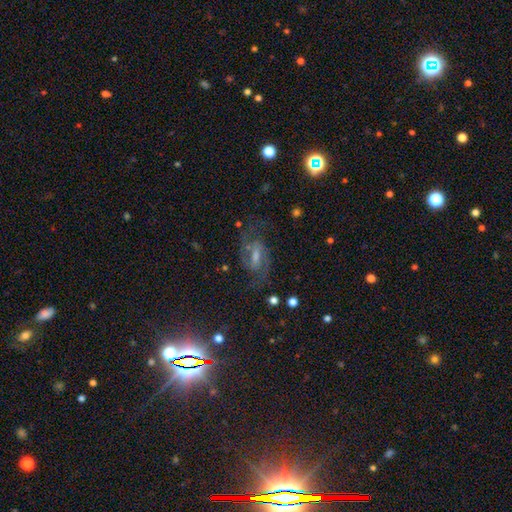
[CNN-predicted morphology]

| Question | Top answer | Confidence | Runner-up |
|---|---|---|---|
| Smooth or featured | featured or disk | 74% | star or artifact (16%) |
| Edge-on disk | no | 95% | yes (5%) |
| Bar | weak | 53% | strong (31%) |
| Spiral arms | yes | 94% | no (6%) |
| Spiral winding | medium | 57% | tight (23%) |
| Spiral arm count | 2 | 85% | can't tell (7%) |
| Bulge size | moderate | 42% | small (36%) |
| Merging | none | 73% | minor disturbance (15%) |